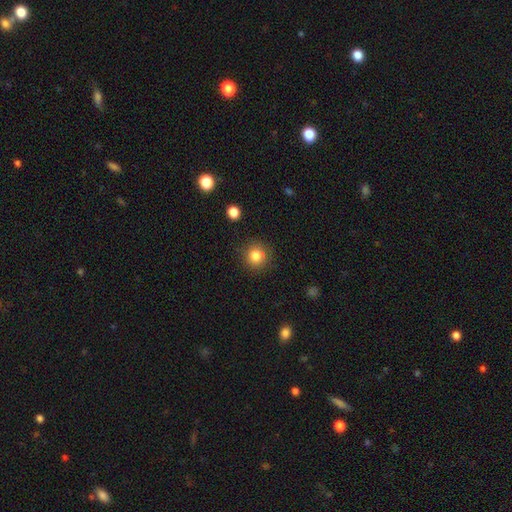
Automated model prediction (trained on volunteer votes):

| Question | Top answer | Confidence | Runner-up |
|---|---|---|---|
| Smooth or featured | smooth | 82% | star or artifact (11%) |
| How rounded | round | 91% | in between (8%) |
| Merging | none | 85% | minor disturbance (10%) |